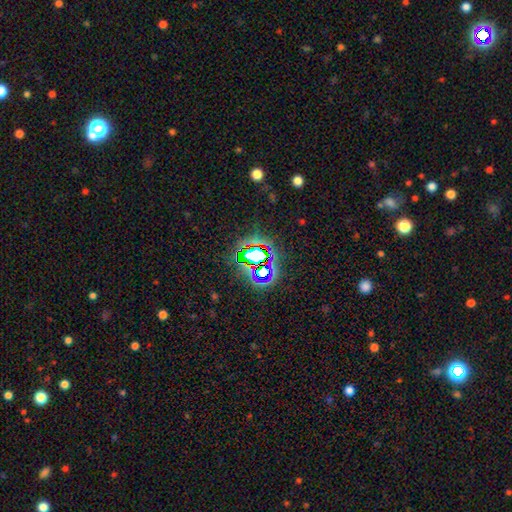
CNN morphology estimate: The model was most divided on "smooth or featured": star or artifact: 68%, smooth: 19%, featured or disk: 12%.